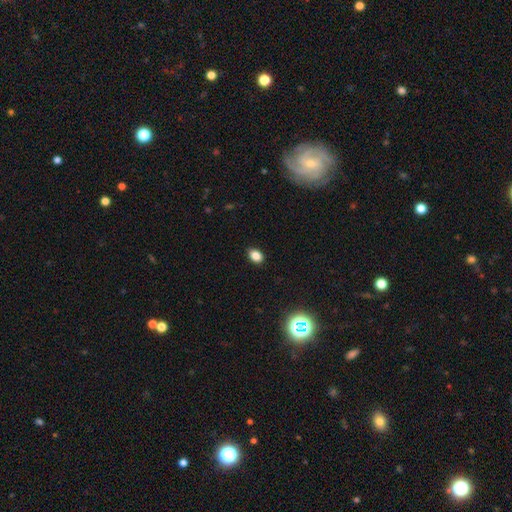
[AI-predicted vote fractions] smooth-or-featured: smooth: 85% | star or artifact: 11% | featured or disk: 4%
  how-rounded: in between: 78% | round: 21% | cigar-shaped: 1%
  merging: none: 88% | minor disturbance: 9% | major disturbance: 2% | merger: 1%